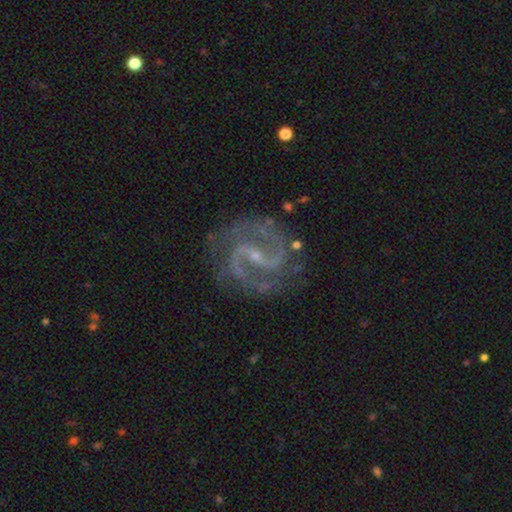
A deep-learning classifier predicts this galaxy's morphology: A featured or disk galaxy (92%) with a weak bar (45%), 2 (93%) medium (65%) spiral arms (98%) and a small central bulge (78%). Merging: none (80%).